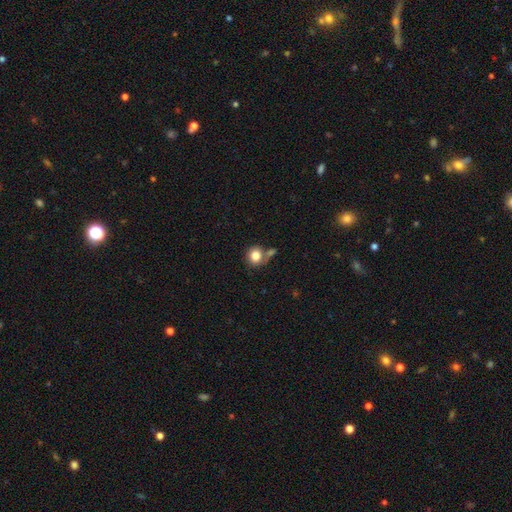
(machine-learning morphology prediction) This appears to be a smooth galaxy with no disk features (82%) that is round (85%). Merging: none (57%).